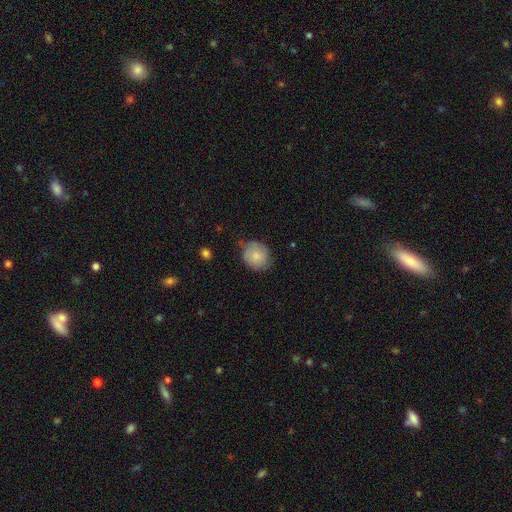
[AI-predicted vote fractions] Q: Smooth or featured?
A: smooth (75%); runner-up: featured or disk (18%)
Q: How rounded?
A: round (76%); runner-up: in between (23%)
Q: Merging?
A: none (64%); runner-up: minor disturbance (28%)